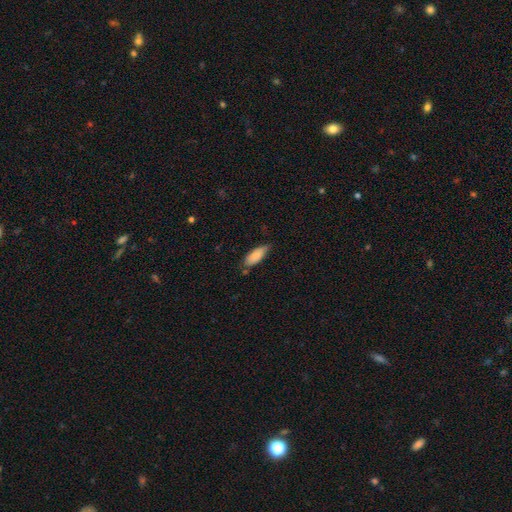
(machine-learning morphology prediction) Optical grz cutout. It shows a smooth galaxy with no disk features (84%) that is in between round and cigar-shaped (77%). Merging: none (61%).